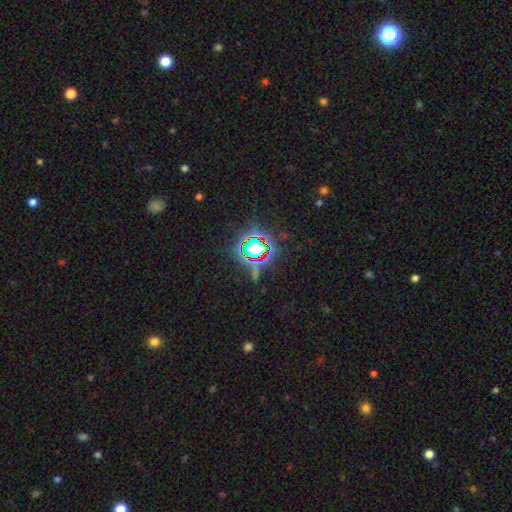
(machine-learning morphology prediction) This is likely a star or artifact rather than a galaxy (79%).